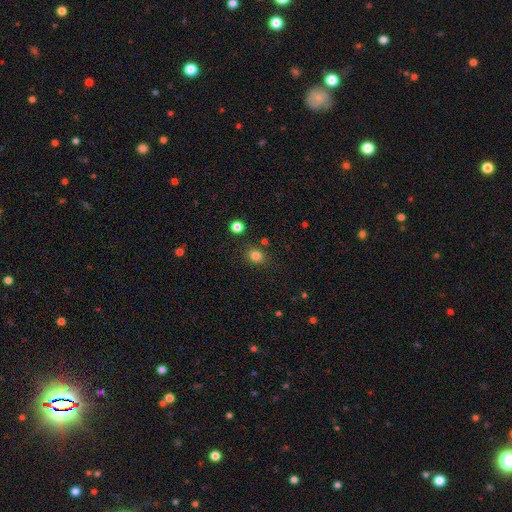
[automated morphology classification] The model was most divided on "how rounded": round: 53%, in between: 46%, cigar-shaped: 1%. More confident: smooth or featured — smooth (82%); merging — none (81%).